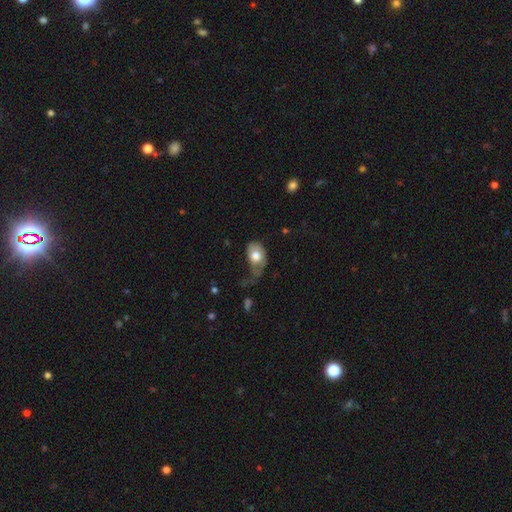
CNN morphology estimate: Overall: smooth (70%). How rounded: in between (81%). Merging: major disturbance (44%; minor disturbance 31%).